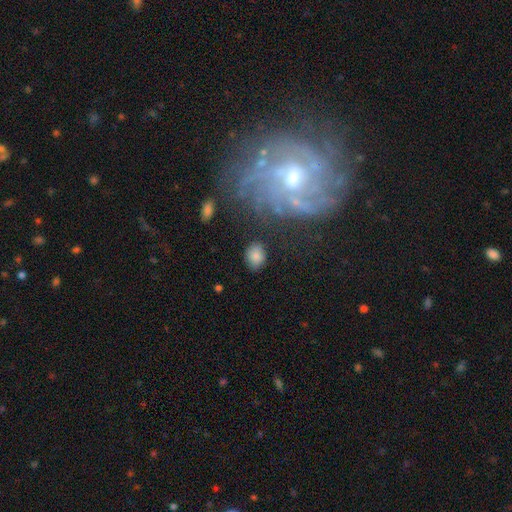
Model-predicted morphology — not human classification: smooth 80%, featured or disk 10%, star or artifact 10%. Down the decision tree: how rounded — in between (58%); merging — none (79%).